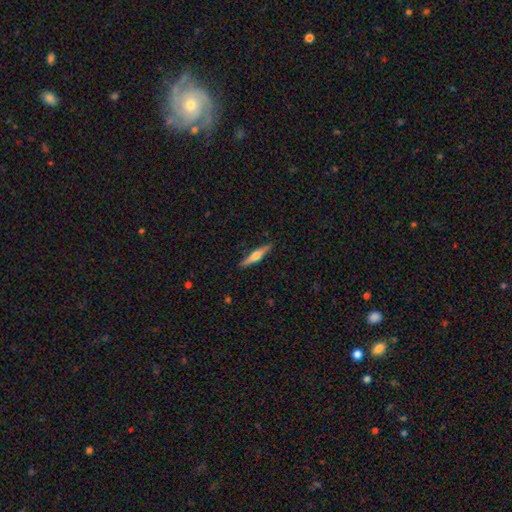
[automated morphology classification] Overall: featured or disk (60%; smooth 34%). Edge-on disk: yes (97%). Edge-on bulge: rounded (89%). Merging: none (90%).